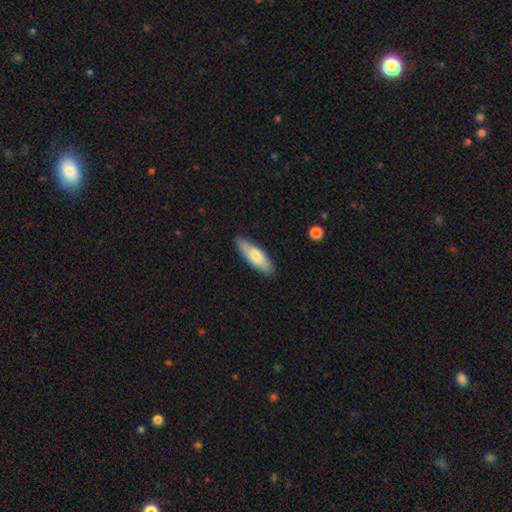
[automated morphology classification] type=smooth (70%); roundness=in between (52%); merging=none (85%).